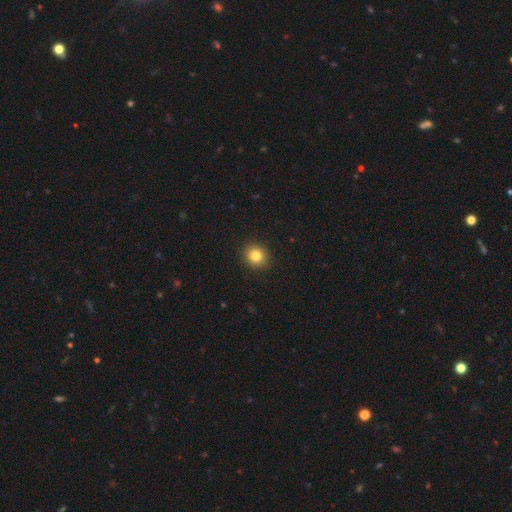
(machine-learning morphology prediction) Smooth or featured: smooth — 83% (star or artifact — 11%)
How rounded: round — 84% (in between — 15%)
Merging: none — 92% (minor disturbance — 6%)